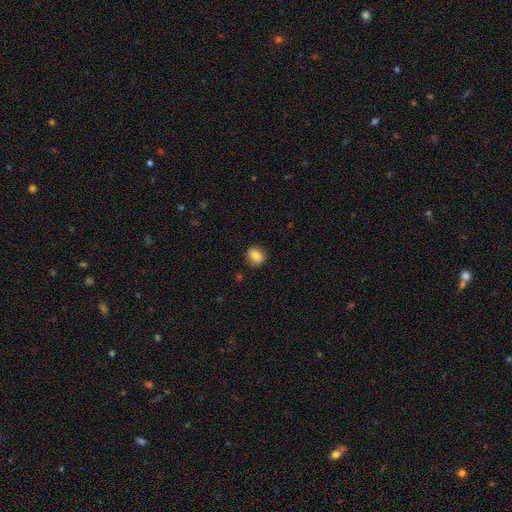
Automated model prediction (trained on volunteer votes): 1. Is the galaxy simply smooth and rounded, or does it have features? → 83% smooth, 9% star or artifact, 9% featured or disk.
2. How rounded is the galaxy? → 55% round, 44% in between, 1% cigar-shaped.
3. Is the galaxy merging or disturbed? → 86% none, 10% minor disturbance, 3% major disturbance, 1% merger.